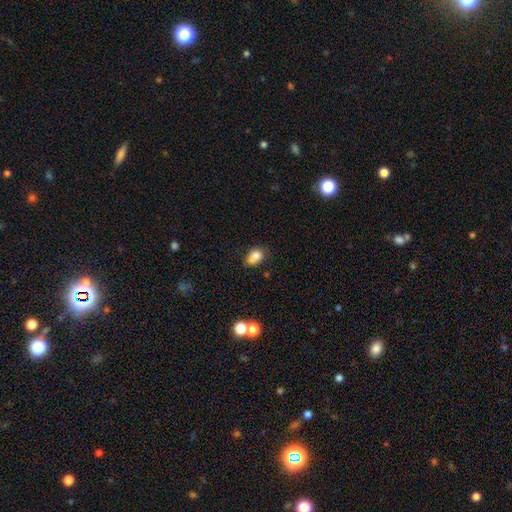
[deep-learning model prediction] This appears to be a smooth galaxy with no disk features (77%) that is in between round and cigar-shaped (69%). Merging: none (46%).